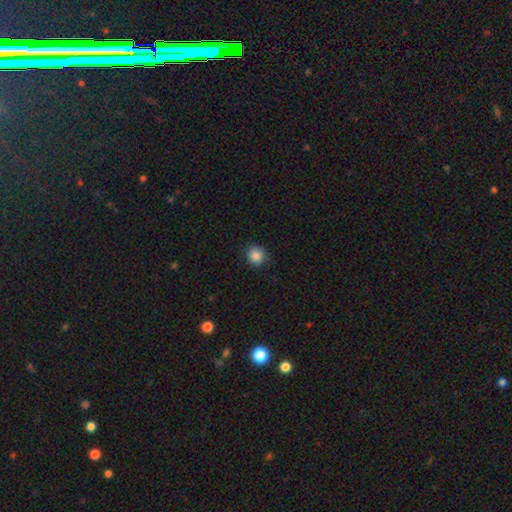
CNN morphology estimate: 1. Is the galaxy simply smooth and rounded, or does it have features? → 87% smooth, 10% star or artifact, 3% featured or disk.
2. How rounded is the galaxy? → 89% round, 10% in between, 1% cigar-shaped.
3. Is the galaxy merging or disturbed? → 88% none, 9% minor disturbance, 2% major disturbance, 1% merger.